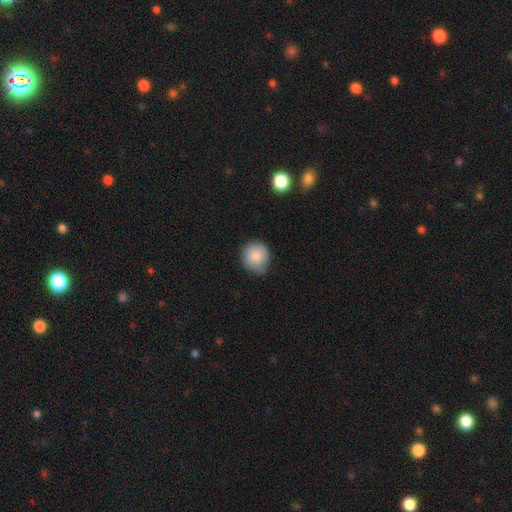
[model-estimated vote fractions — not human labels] Smooth or featured?
  - smooth: 86% *
  - star or artifact: 8%
  - featured or disk: 6%
How rounded?
  - round: 87% *
  - in between: 12%
  - cigar-shaped: 1%
Merging?
  - none: 67% *
  - minor disturbance: 27%
  - major disturbance: 4%
  - merger: 2%